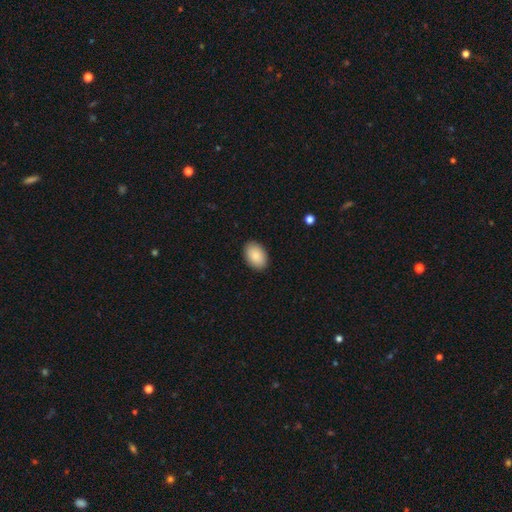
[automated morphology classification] A smooth galaxy with no disk features (89%) that is in between round and cigar-shaped (89%).

Vote fractions:
- Smooth or featured? smooth: 89% / star or artifact: 6% / featured or disk: 5%
- How rounded? in between: 89% / round: 10% / cigar-shaped: 1%
- Merging? none: 90% / minor disturbance: 8% / major disturbance: 2% / merger: 1%